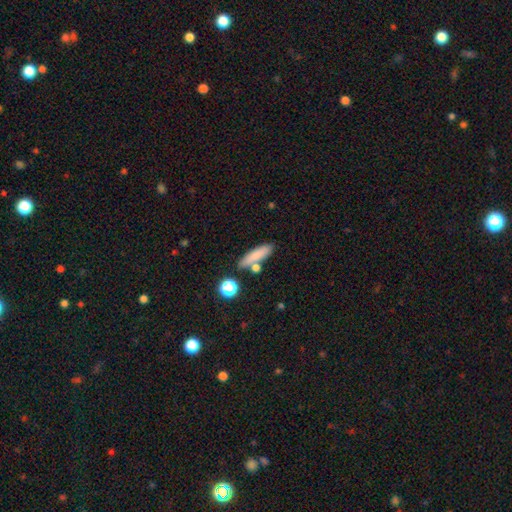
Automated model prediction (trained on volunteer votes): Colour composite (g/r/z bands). It shows a smooth galaxy with no disk features (79%) that is cigar-shaped (66%). Merging: none (71%).